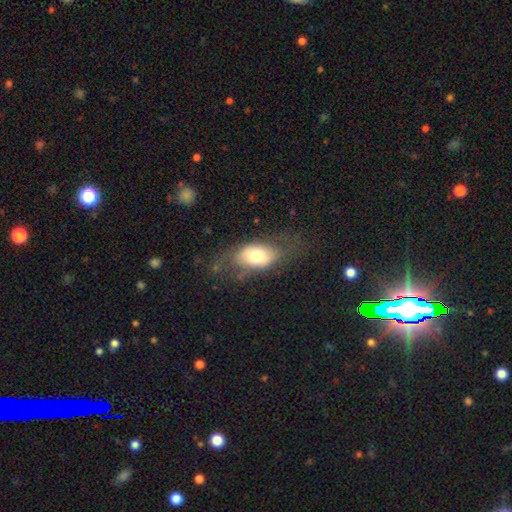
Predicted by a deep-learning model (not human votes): Smooth or featured? smooth (64%)
How rounded? in between (86%)
Merging? none (55%)